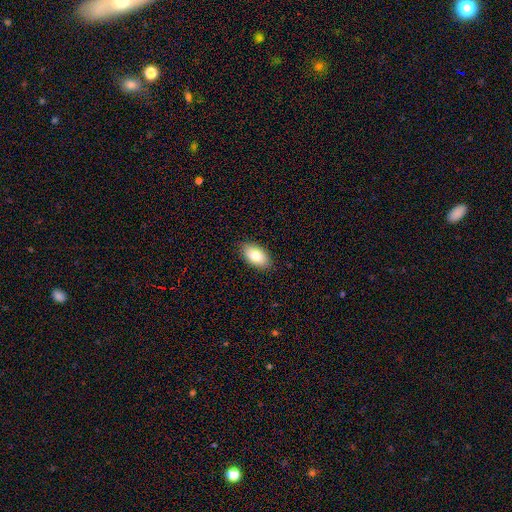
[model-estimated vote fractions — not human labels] This is clearly a smooth galaxy (81%). How rounded: clearly in between (93%). Merging: clearly none (87%).